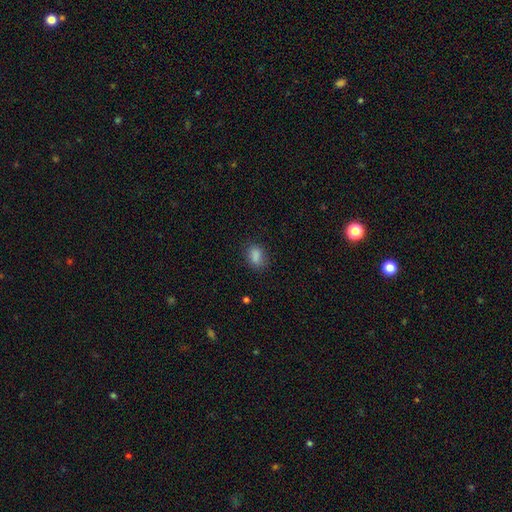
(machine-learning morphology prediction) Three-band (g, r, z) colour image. It shows a smooth galaxy with no disk features (84%) that is in between round and cigar-shaped (76%). Merging: none (75%).